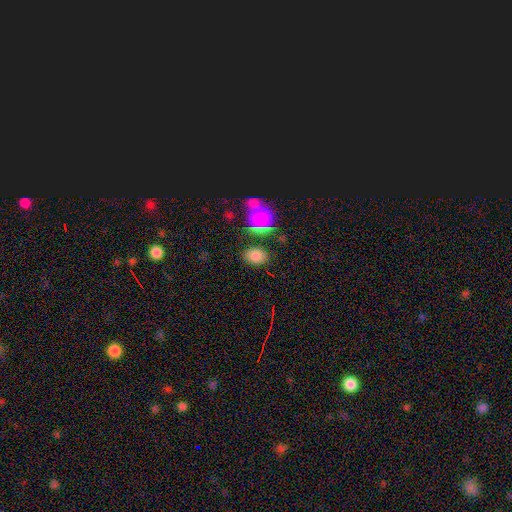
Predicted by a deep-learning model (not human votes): A smooth galaxy with no disk features (74%) that is in between round and cigar-shaped (65%).

Vote fractions:
- Smooth or featured? smooth: 74% / star or artifact: 20% / featured or disk: 6%
- How rounded? in between: 65% / round: 33% / cigar-shaped: 1%
- Merging? none: 81% / minor disturbance: 11% / merger: 4% / major disturbance: 3%